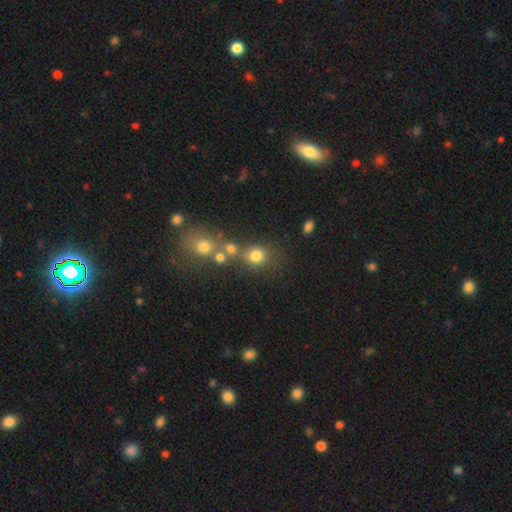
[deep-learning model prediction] smooth 75%, star or artifact 15%, featured or disk 9%. Down the decision tree: how rounded — round (79%); merging — none (56%).